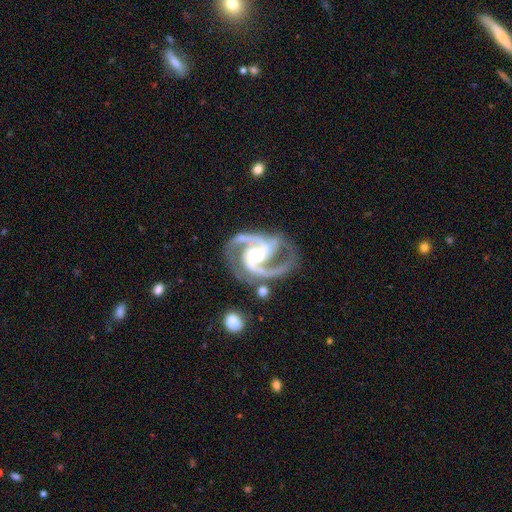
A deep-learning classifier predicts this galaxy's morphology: Smooth or featured? featured or disk (94%)
Edge-on disk? no (98%)
Bar? weak (36%)
Spiral arms? yes (99%)
Spiral winding? medium (68%)
Spiral arm count? 2 (76%)
Bulge size? moderate (66%)
Merging? none (68%)